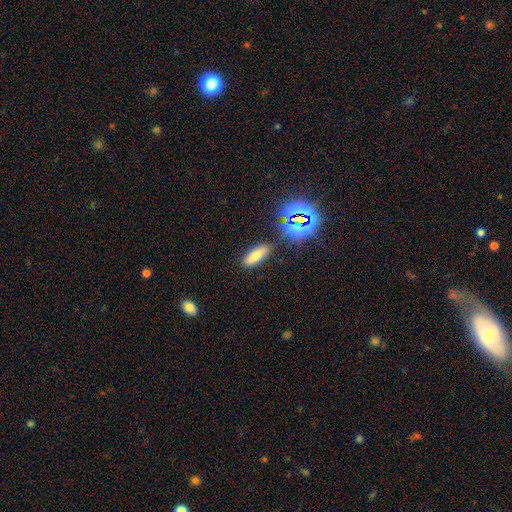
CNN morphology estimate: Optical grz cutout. It shows a smooth galaxy with no disk features (70%) that is in between round and cigar-shaped (61%). Merging: none (85%).